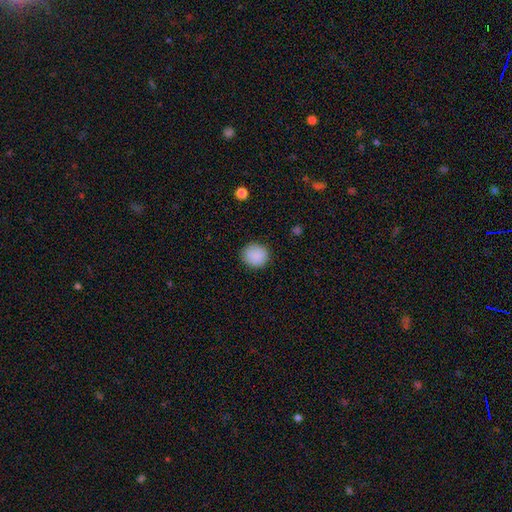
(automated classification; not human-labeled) A smooth galaxy with no disk features (89%) that is round (85%).

Vote fractions:
- Smooth or featured? smooth: 89% / star or artifact: 8% / featured or disk: 3%
- How rounded? round: 85% / in between: 14% / cigar-shaped: 1%
- Merging? none: 88% / minor disturbance: 8% / major disturbance: 2% / merger: 1%